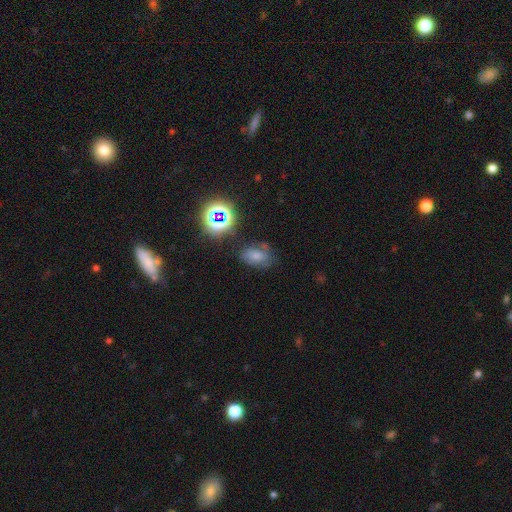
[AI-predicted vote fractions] Smooth or featured?
  - smooth: 63% *
  - star or artifact: 23%
  - featured or disk: 15%
How rounded?
  - in between: 81% *
  - round: 17%
  - cigar-shaped: 2%
Merging?
  - none: 61% *
  - minor disturbance: 23%
  - major disturbance: 9%
  - merger: 7%